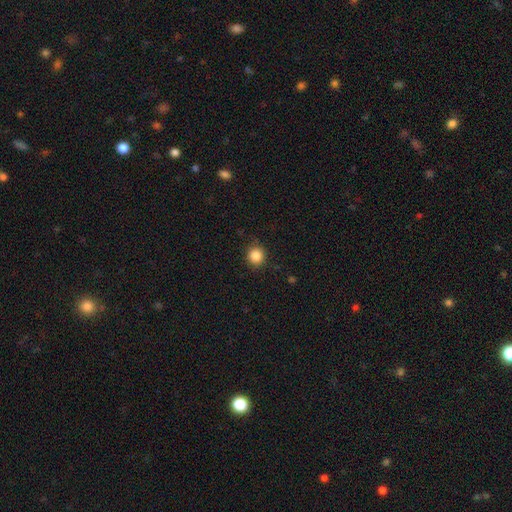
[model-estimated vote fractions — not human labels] smooth-or-featured: smooth: 86% | star or artifact: 10% | featured or disk: 4%
  how-rounded: round: 91% | in between: 8% | cigar-shaped: 1%
  merging: none: 88% | minor disturbance: 8% | major disturbance: 2% | merger: 1%